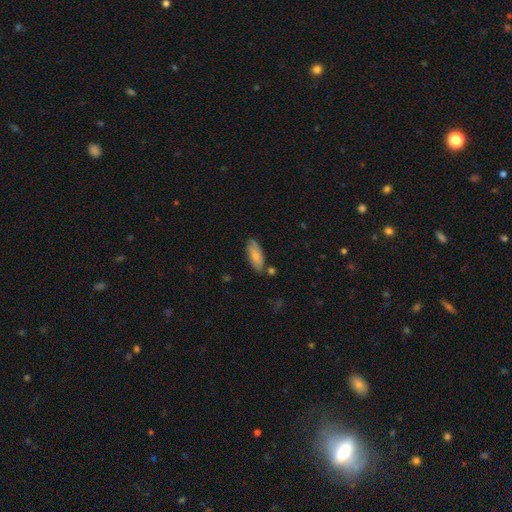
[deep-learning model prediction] The model was most divided on "merging": none: 72%, minor disturbance: 18%, merger: 6%, major disturbance: 4%. More confident: how rounded — in between (79%); smooth or featured — smooth (78%).